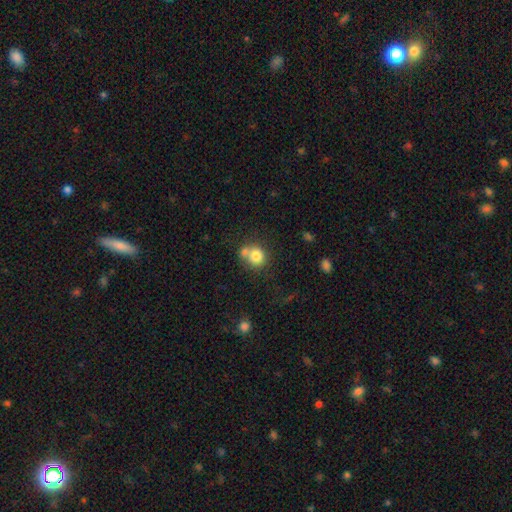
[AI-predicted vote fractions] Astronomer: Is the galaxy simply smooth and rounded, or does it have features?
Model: smooth — 79%.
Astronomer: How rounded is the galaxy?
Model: round — 82%.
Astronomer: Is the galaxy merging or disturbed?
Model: none — 48% (runner-up: merger, 36%).